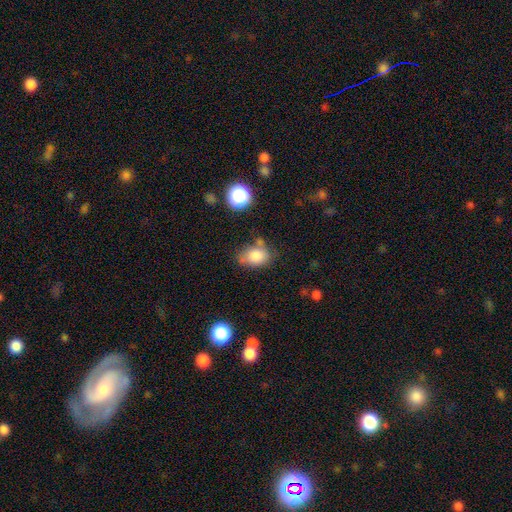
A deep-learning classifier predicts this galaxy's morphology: A smooth galaxy with no disk features (81%) that is in between round and cigar-shaped (71%).

Vote fractions:
- Smooth or featured? smooth: 81% / star or artifact: 10% / featured or disk: 10%
- How rounded? in between: 71% / round: 28% / cigar-shaped: 1%
- Merging? none: 56% / minor disturbance: 25% / merger: 10% / major disturbance: 8%